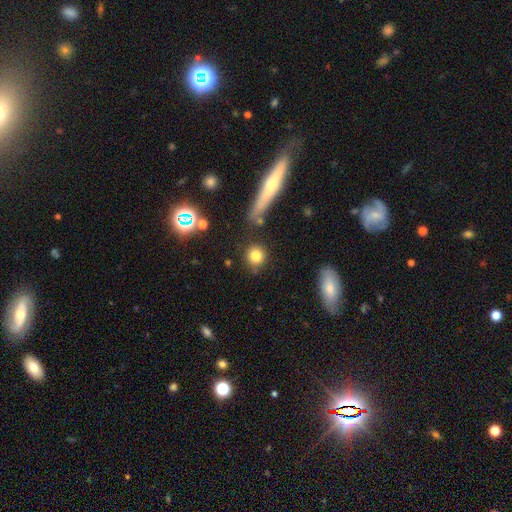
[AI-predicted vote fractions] A smooth galaxy with no disk features (80%) that is round (87%).

Vote fractions:
- Smooth or featured? smooth: 80% / star or artifact: 11% / featured or disk: 9%
- How rounded? round: 87% / in between: 11% / cigar-shaped: 3%
- Merging? none: 80% / minor disturbance: 10% / merger: 6% / major disturbance: 4%